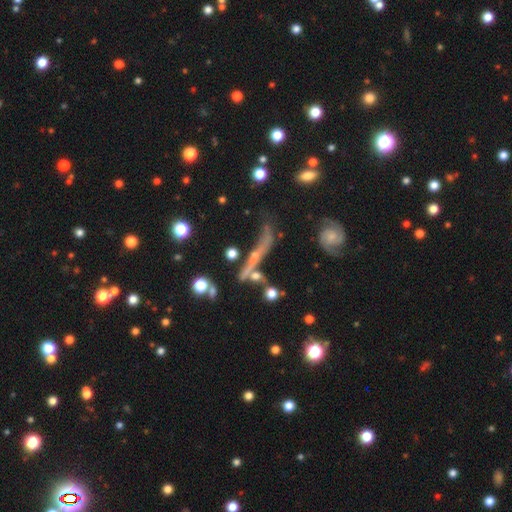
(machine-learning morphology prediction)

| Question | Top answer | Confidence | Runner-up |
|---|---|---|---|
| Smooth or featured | featured or disk | 60% | smooth (27%) |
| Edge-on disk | yes | 64% | no (36%) |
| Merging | none | 39% | minor disturbance (22%) |